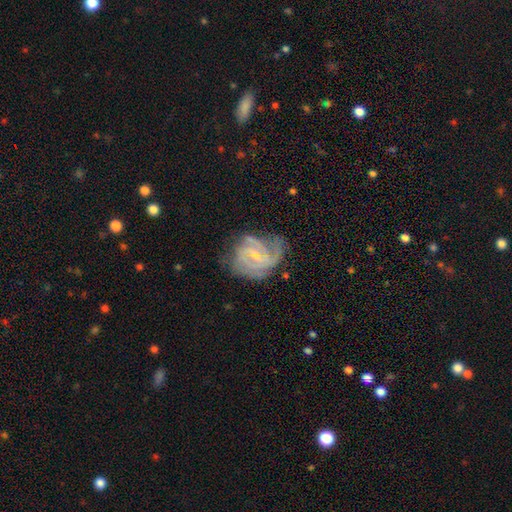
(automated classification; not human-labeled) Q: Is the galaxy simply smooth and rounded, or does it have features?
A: featured or disk — 82%.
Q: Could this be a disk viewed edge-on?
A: no — 98%.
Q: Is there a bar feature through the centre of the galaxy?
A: weak — 53%.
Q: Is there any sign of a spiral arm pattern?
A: yes — 93%.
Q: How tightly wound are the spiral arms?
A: tight — 52%.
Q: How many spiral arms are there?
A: can't tell — 28%.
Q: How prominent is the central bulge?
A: small — 58%.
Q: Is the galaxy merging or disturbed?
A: none — 57%.